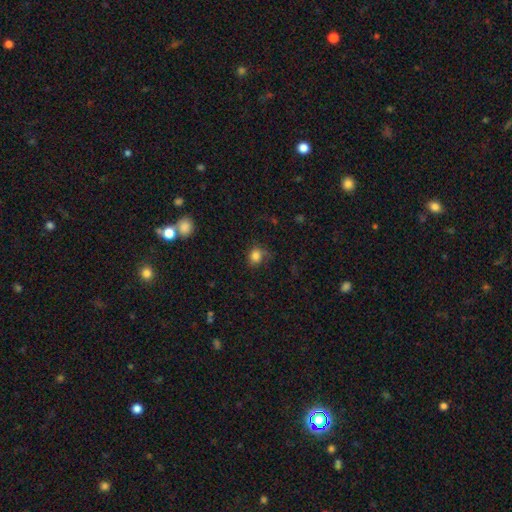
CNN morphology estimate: Smooth or featured? smooth (82%)
How rounded? round (71%)
Merging? none (65%)